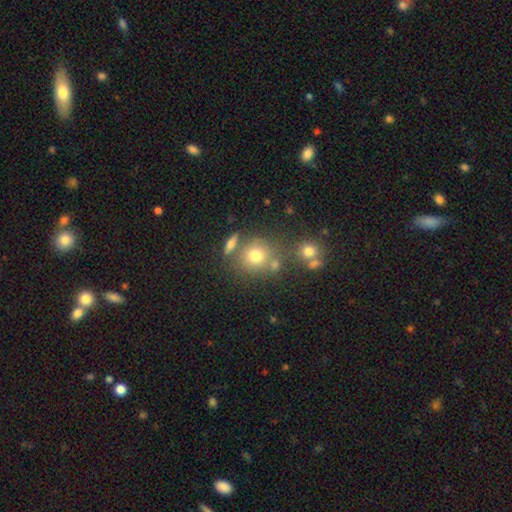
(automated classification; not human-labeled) smooth_or_featured: smooth (p=0.72) [alt: star or artifact p=0.15]
how_rounded: round (p=0.84) [alt: in between p=0.14]
merging: none (p=0.64) [alt: merger p=0.20]